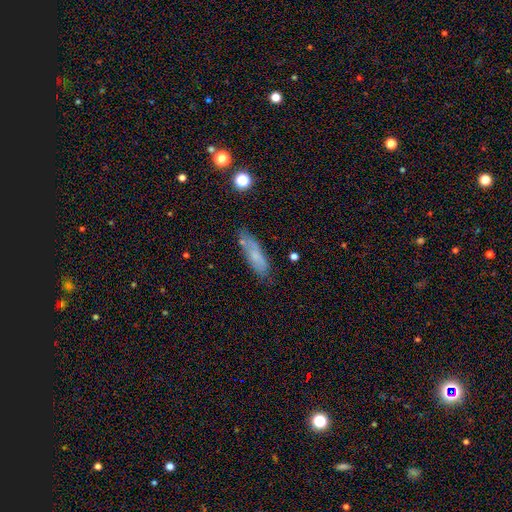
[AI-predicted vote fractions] Overall: smooth (67%). How rounded: cigar-shaped (56%; in between 42%). Merging: none (69%).